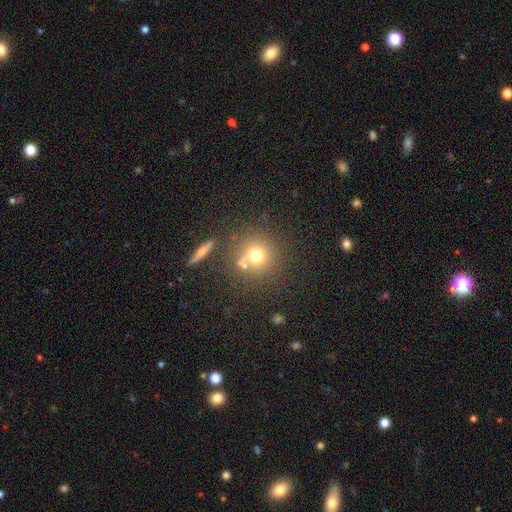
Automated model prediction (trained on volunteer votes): smooth_or_featured: smooth (p=0.70) [alt: star or artifact p=0.16]
how_rounded: round (p=0.91) [alt: in between p=0.08]
merging: none (p=0.67) [alt: merger p=0.17]